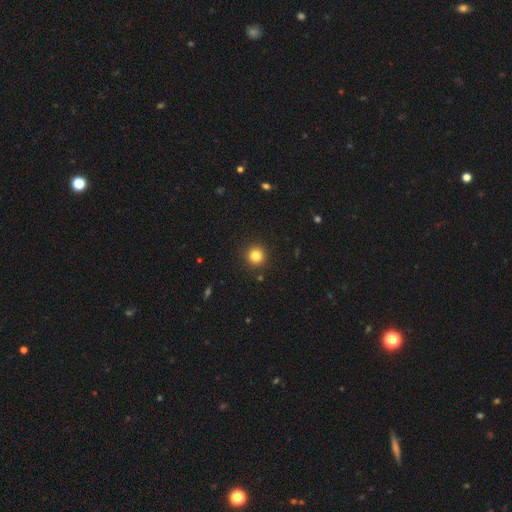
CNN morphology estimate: Smooth or featured? smooth (82%)
How rounded? round (95%)
Merging? none (92%)